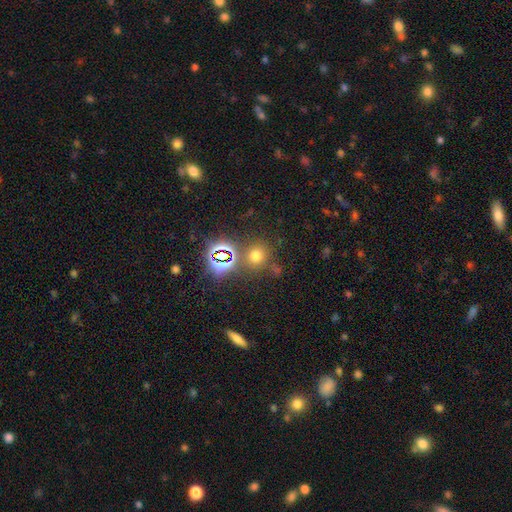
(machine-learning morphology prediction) Overall: smooth (58%; star or artifact 34%). How rounded: round (84%). Merging: none (75%).